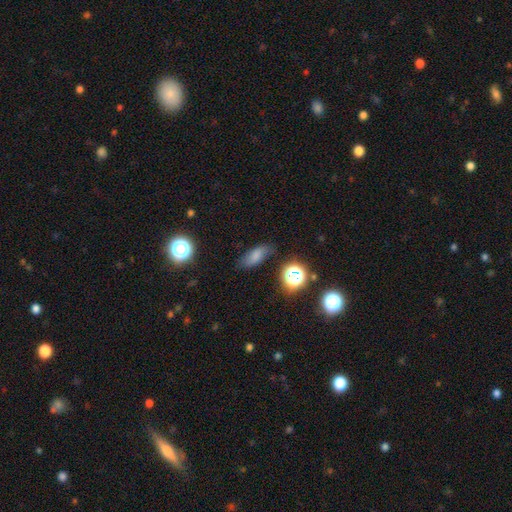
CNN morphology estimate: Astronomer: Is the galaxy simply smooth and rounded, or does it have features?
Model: smooth — 69%.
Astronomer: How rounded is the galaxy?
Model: in between — 78%.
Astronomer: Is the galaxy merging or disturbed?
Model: none — 74%.